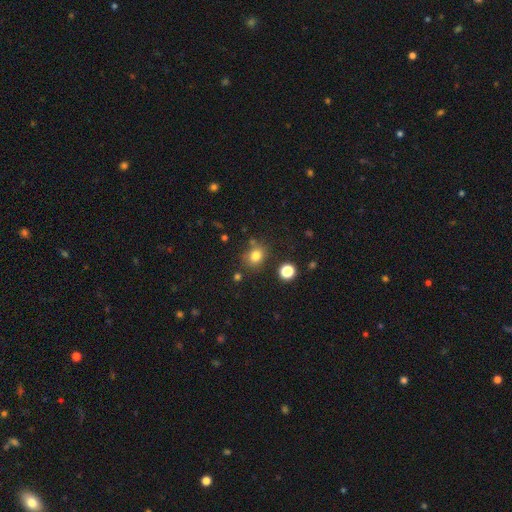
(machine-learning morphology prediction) Overall: smooth (80%). How rounded: round (66%; in between 33%). Merging: none (76%).